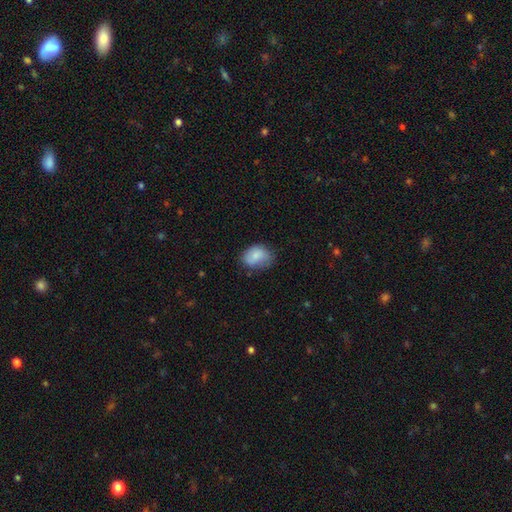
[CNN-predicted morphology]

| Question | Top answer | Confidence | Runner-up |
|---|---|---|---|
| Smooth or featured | smooth | 80% | featured or disk (12%) |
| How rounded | in between | 69% | round (30%) |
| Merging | none | 58% | minor disturbance (32%) |